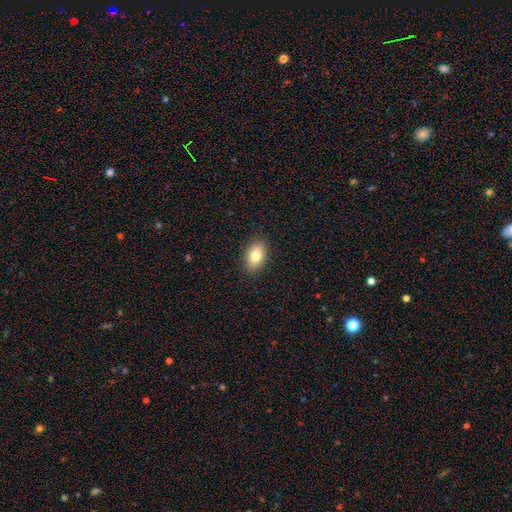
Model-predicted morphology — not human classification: A smooth galaxy with no disk features (80%) that is in between round and cigar-shaped (89%).

Vote fractions:
- Smooth or featured? smooth: 80% / featured or disk: 12% / star or artifact: 8%
- How rounded? in between: 89% / round: 9% / cigar-shaped: 2%
- Merging? none: 88% / minor disturbance: 9% / major disturbance: 2% / merger: 1%